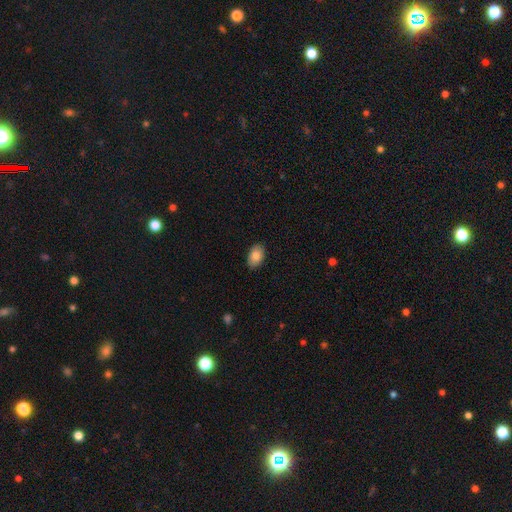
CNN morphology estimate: Smooth or featured? Predicted: smooth (p=0.82). How rounded? Predicted: in between (p=0.91). Merging? Predicted: none (p=0.88).